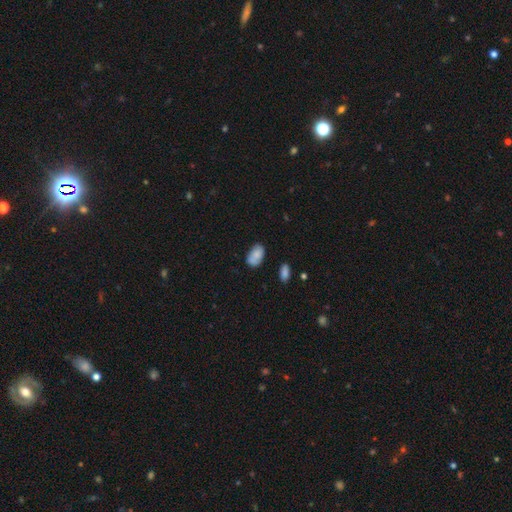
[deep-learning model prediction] smooth_or_featured: smooth (p=0.84) [alt: featured or disk p=0.09]
how_rounded: in between (p=0.93) [alt: round p=0.05]
merging: none (p=0.70) [alt: minor disturbance p=0.22]